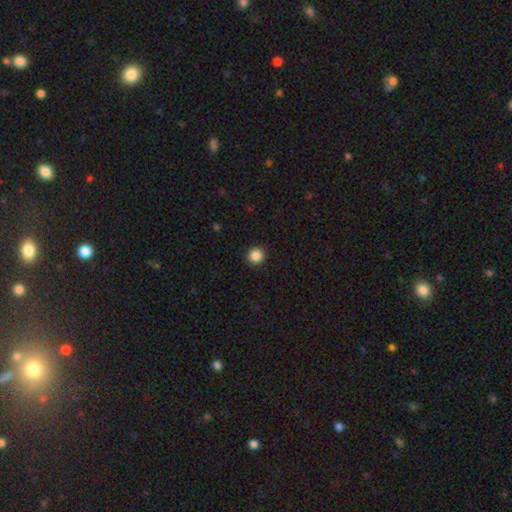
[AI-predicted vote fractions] The model was most divided on "smooth or featured": smooth: 86%, star or artifact: 11%, featured or disk: 3%. More confident: how rounded — round (94%); merging — none (93%).